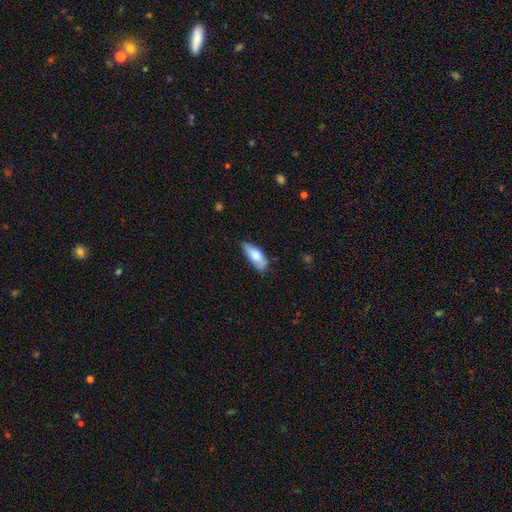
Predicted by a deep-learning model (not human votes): A smooth galaxy with no disk features (75%) that is in between round and cigar-shaped (76%). Merging: none (57%).